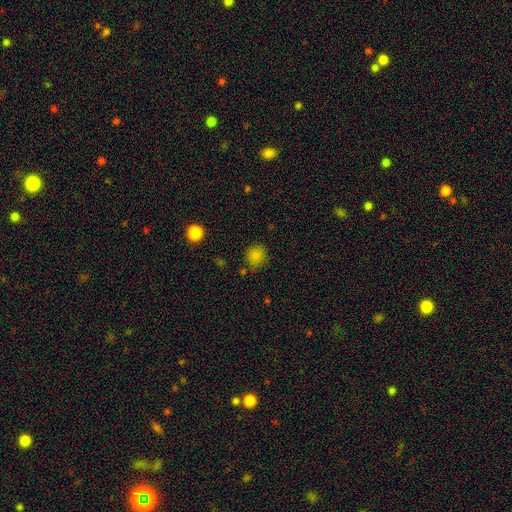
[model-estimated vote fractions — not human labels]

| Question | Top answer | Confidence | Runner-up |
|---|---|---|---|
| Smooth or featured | smooth | 83% | star or artifact (13%) |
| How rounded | round | 85% | in between (14%) |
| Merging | none | 76% | minor disturbance (15%) |